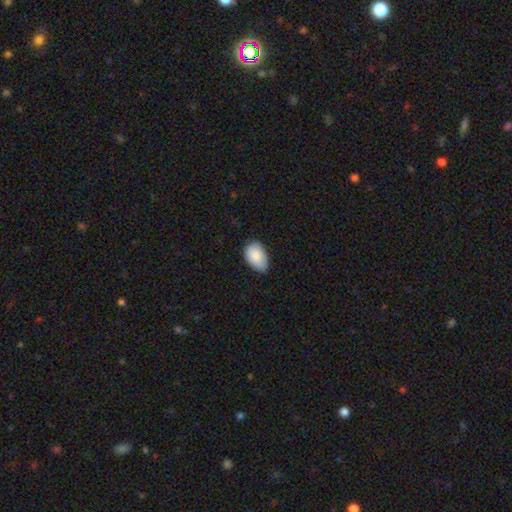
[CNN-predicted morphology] Smooth or featured: smooth — 87% (star or artifact — 6%)
How rounded: in between — 91% (round — 7%)
Merging: none — 62% (minor disturbance — 33%)